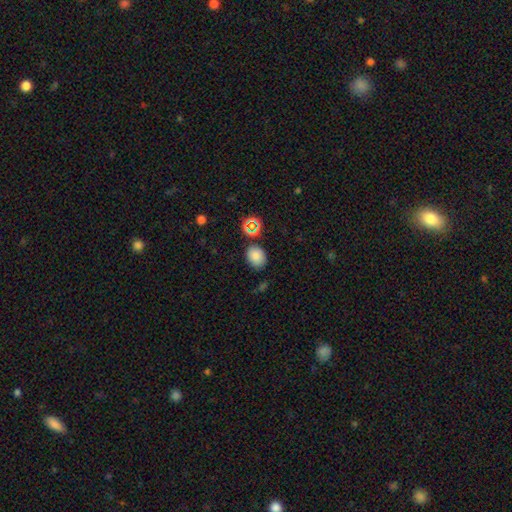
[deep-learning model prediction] smooth_or_featured: smooth (p=0.80) [alt: star or artifact p=0.14]
how_rounded: in between (p=0.56) [alt: round p=0.43]
merging: none (p=0.76) [alt: minor disturbance p=0.15]